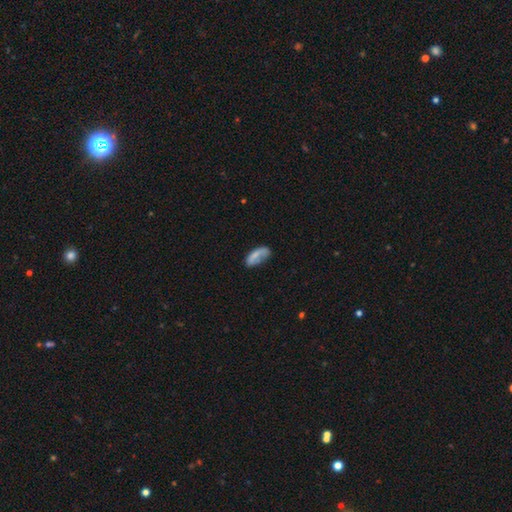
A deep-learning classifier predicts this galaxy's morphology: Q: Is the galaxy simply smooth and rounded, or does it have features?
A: smooth — 68%.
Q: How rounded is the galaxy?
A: in between — 83%.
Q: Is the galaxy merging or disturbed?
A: none — 47%.